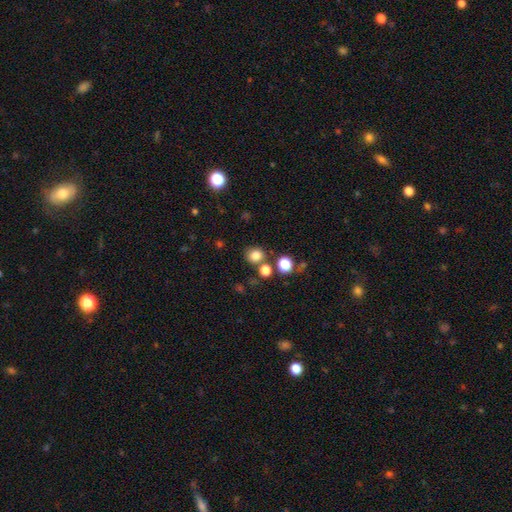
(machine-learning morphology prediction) This is clearly a smooth galaxy (80%). How rounded: likely round (78%). Merging: likely none (74%).